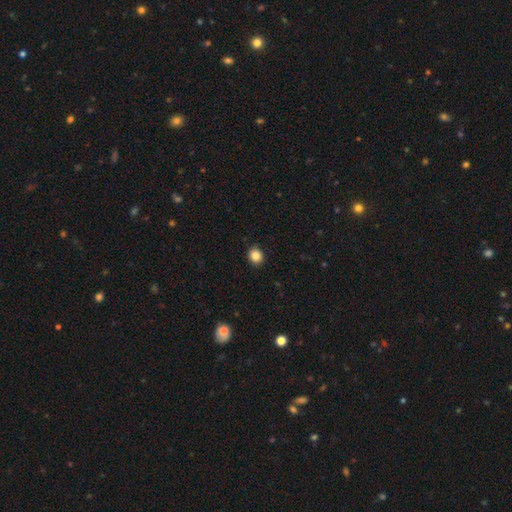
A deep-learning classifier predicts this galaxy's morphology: Overall: smooth (85%). How rounded: round (81%). Merging: none (91%).